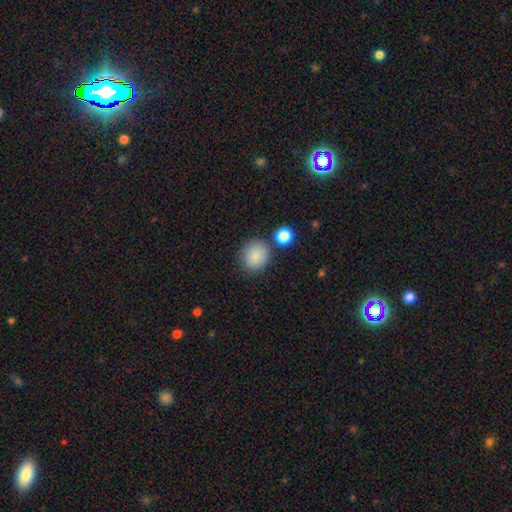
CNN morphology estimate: smooth-or-featured: smooth: 87% | star or artifact: 9% | featured or disk: 5%
  how-rounded: round: 84% | in between: 15% | cigar-shaped: 1%
  merging: none: 78% | minor disturbance: 11% | merger: 8% | major disturbance: 3%